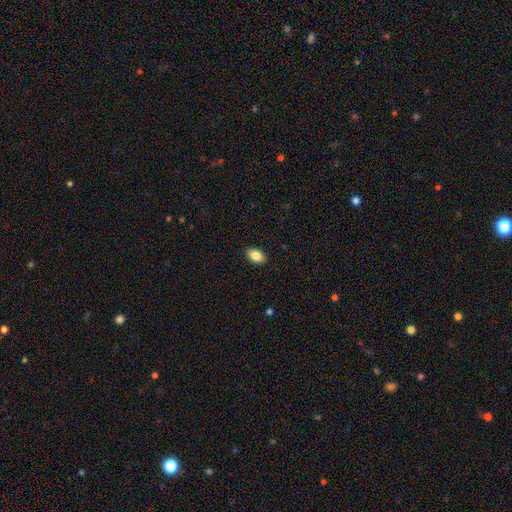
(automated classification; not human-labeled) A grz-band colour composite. It shows a smooth galaxy with no disk features (86%) that is in between round and cigar-shaped (89%). Merging: none (90%).